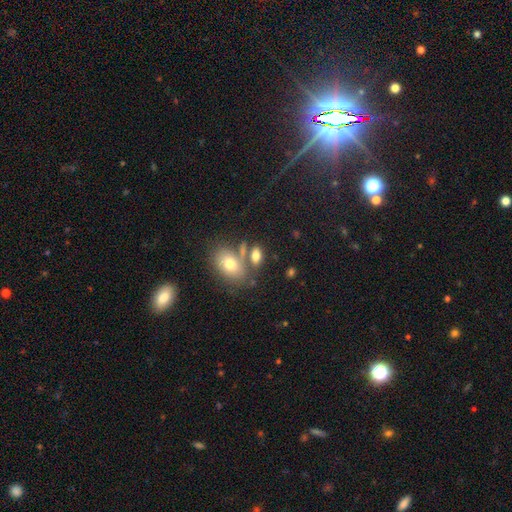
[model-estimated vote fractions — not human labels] Smooth or featured?
  - smooth: 75% *
  - featured or disk: 15%
  - star or artifact: 10%
How rounded?
  - in between: 84% *
  - round: 11%
  - cigar-shaped: 5%
Merging?
  - none: 52% *
  - merger: 31%
  - minor disturbance: 12%
  - major disturbance: 5%